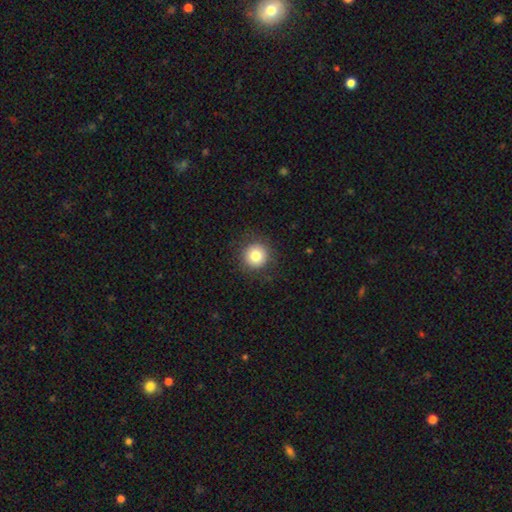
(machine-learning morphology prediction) A smooth galaxy with no disk features (81%) that is round (95%).

Vote fractions:
- Smooth or featured? smooth: 81% / star or artifact: 11% / featured or disk: 9%
- How rounded? round: 95% / in between: 4% / cigar-shaped: 1%
- Merging? none: 89% / minor disturbance: 7% / major disturbance: 3% / merger: 1%